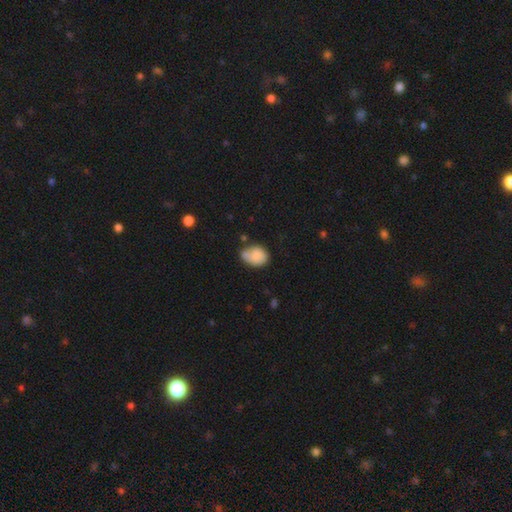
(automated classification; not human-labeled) Smooth or featured: smooth — 76% (featured or disk — 16%)
How rounded: in between — 64% (round — 35%)
Merging: none — 46% (minor disturbance — 29%)